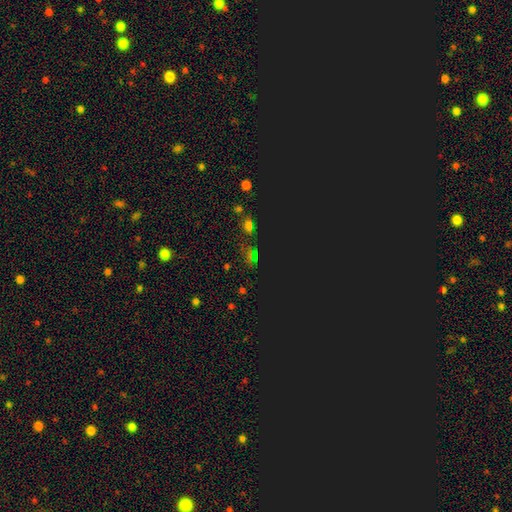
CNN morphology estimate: A star or artifact, not a galaxy (72%).